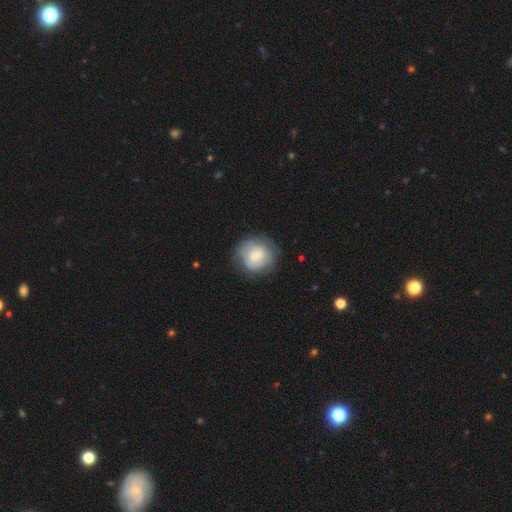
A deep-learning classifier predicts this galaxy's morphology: Smooth or featured? Predicted: smooth (p=0.48). Merging? Predicted: none (p=0.72).